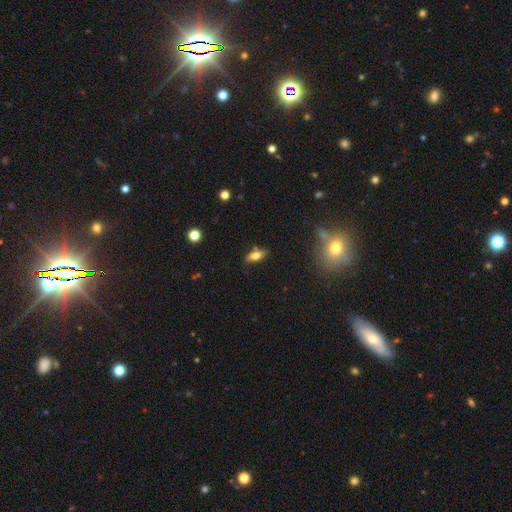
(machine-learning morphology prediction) This is likely a smooth galaxy (66%). How rounded: likely in between (78%). Merging: likely none (77%).